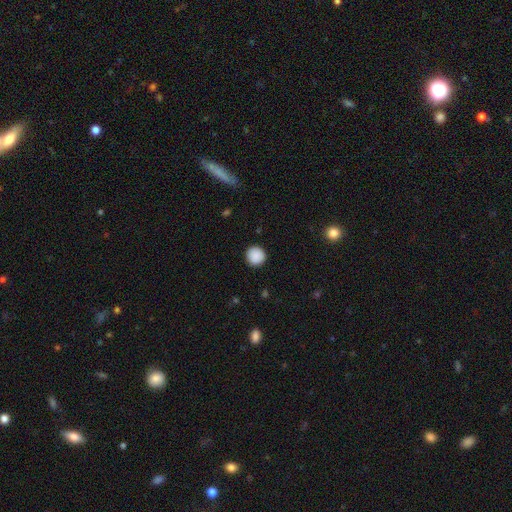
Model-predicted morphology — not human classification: type=smooth (89%); roundness=round (95%); merging=none (91%).